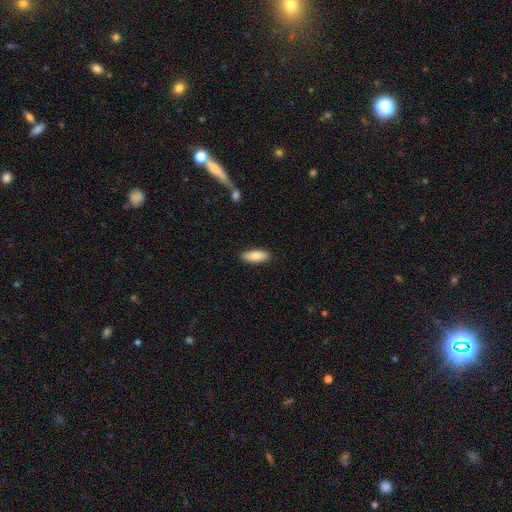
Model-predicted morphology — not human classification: Q: Smooth or featured?
A: smooth (83%); runner-up: featured or disk (12%)
Q: How rounded?
A: in between (67%); runner-up: cigar-shaped (31%)
Q: Merging?
A: none (89%); runner-up: minor disturbance (9%)